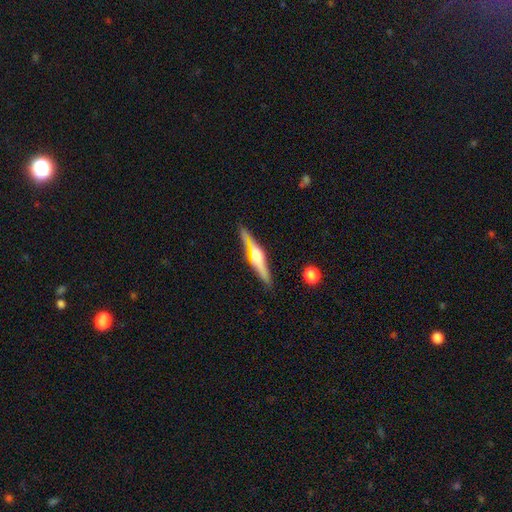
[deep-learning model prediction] smooth-or-featured: featured or disk: 68% | smooth: 25% | star or artifact: 7%
  disk-edge-on: yes: 96% | no: 4%
    edge-on-bulge: rounded: 78% | boxy: 15% | none: 7%
  merging: none: 85% | minor disturbance: 10% | major disturbance: 3% | merger: 2%